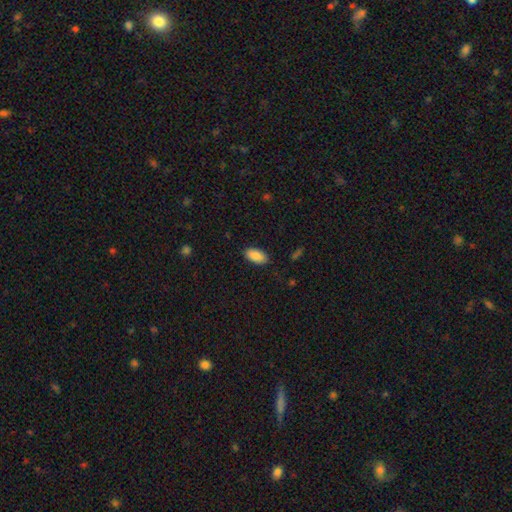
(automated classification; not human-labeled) Overall: smooth (89%). How rounded: in between (93%). Merging: none (87%).